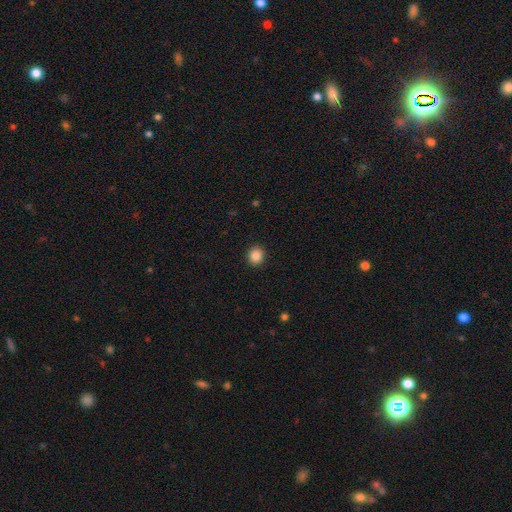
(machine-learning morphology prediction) smooth_or_featured: smooth (p=0.87) [alt: star or artifact p=0.10]
how_rounded: round (p=0.84) [alt: in between p=0.15]
merging: none (p=0.92) [alt: minor disturbance p=0.05]